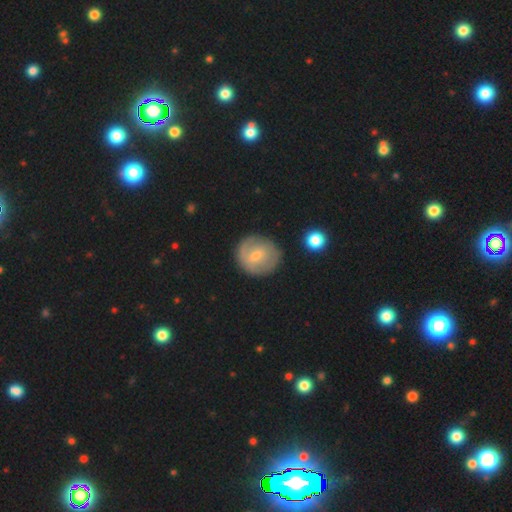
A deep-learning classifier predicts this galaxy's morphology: A featured or disk galaxy (55%) with a weak bar (54%), spiral arms (65%) and a small central bulge (51%).

Vote fractions:
- Smooth or featured? featured or disk: 55% / smooth: 37% / star or artifact: 8%
- Edge-on disk? no: 96% / yes: 4%
- Bar? weak: 54% / no: 27% / strong: 18%
- Spiral arms? yes: 65% / no: 35%
- Bulge size? small: 51% / moderate: 44% / none: 2% / large: 2% / dominant: 1%
- Merging? none: 80% / minor disturbance: 14% / major disturbance: 4% / merger: 2%